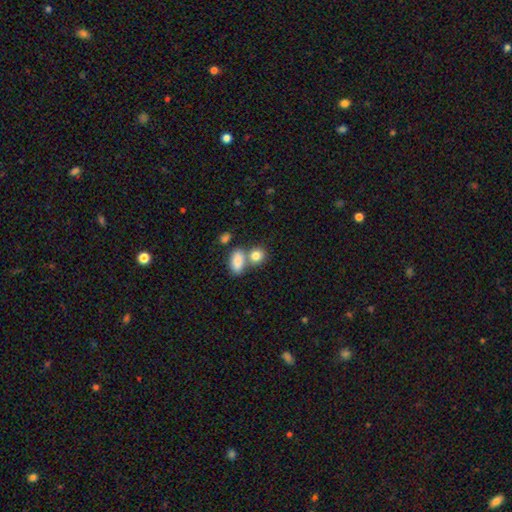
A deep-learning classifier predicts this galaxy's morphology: type=smooth (83%); roundness=round (56%); merging=none (47%).